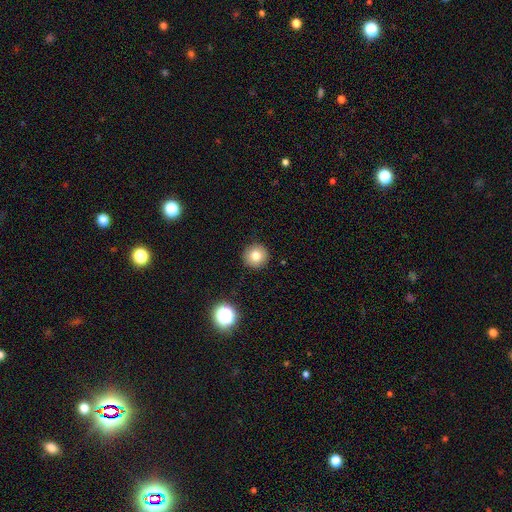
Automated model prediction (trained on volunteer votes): Smooth or featured: smooth — 78% (star or artifact — 12%)
How rounded: round — 95% (in between — 4%)
Merging: none — 92% (minor disturbance — 5%)